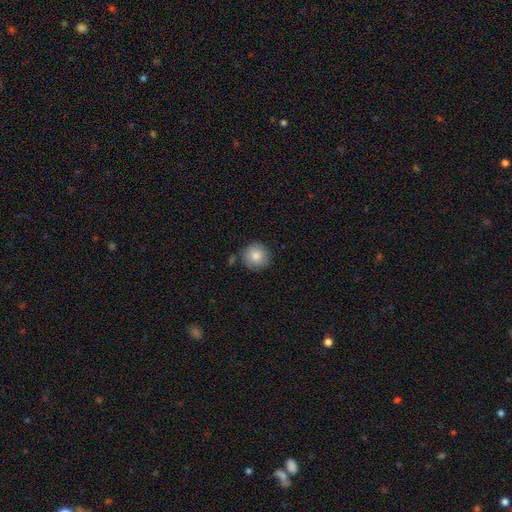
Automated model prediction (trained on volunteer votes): This is clearly a smooth galaxy (85%). How rounded: clearly round (94%). Merging: clearly none (84%).